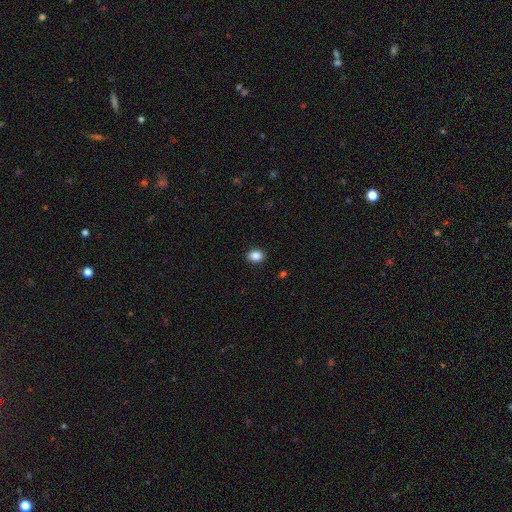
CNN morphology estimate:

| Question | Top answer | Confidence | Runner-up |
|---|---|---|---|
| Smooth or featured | smooth | 87% | star or artifact (10%) |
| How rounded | in between | 52% | round (47%) |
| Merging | none | 90% | minor disturbance (7%) |